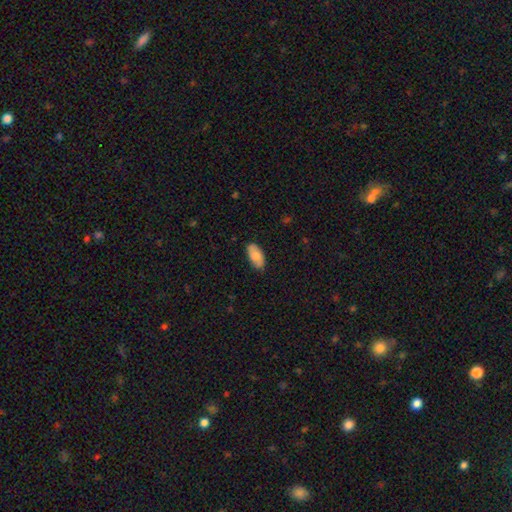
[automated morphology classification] Smooth or featured: smooth — 76% (featured or disk — 18%)
How rounded: in between — 93% (cigar-shaped — 5%)
Merging: none — 84% (minor disturbance — 13%)